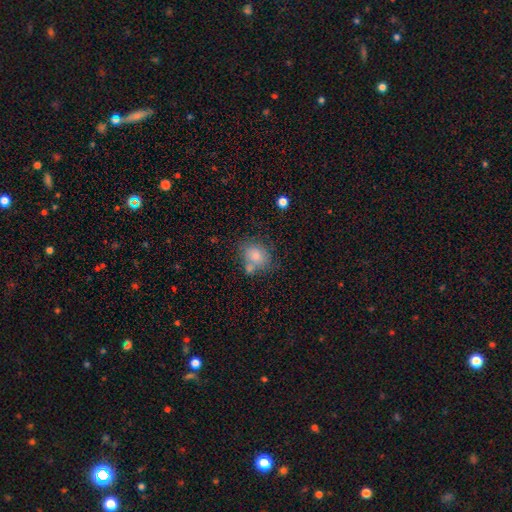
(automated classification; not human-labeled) Smooth or featured? smooth (79%)
How rounded? round (52%)
Merging? none (51%)